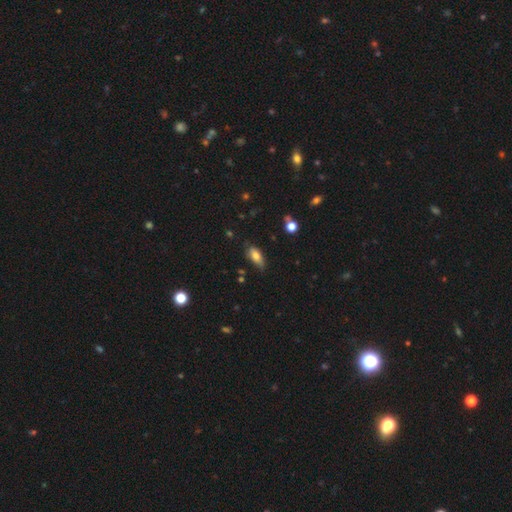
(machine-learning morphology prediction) Q: Smooth or featured?
A: smooth (76%); runner-up: featured or disk (16%)
Q: How rounded?
A: in between (84%); runner-up: cigar-shaped (12%)
Q: Merging?
A: none (62%); runner-up: minor disturbance (30%)